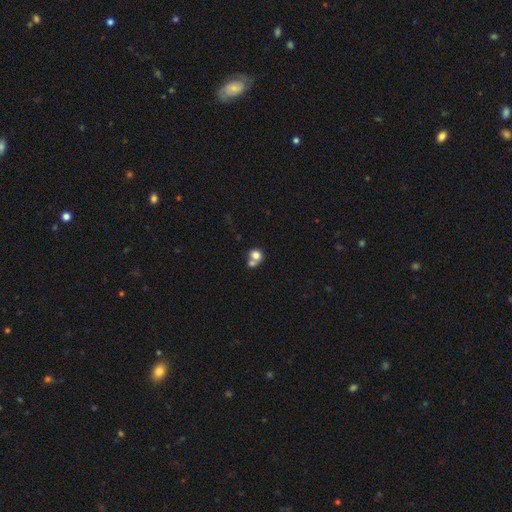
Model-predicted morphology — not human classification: Smooth or featured?
  - smooth: 76% *
  - featured or disk: 14%
  - star or artifact: 10%
How rounded?
  - round: 76% *
  - in between: 23%
  - cigar-shaped: 1%
Merging?
  - merger: 54% *
  - none: 34%
  - minor disturbance: 7%
  - major disturbance: 4%